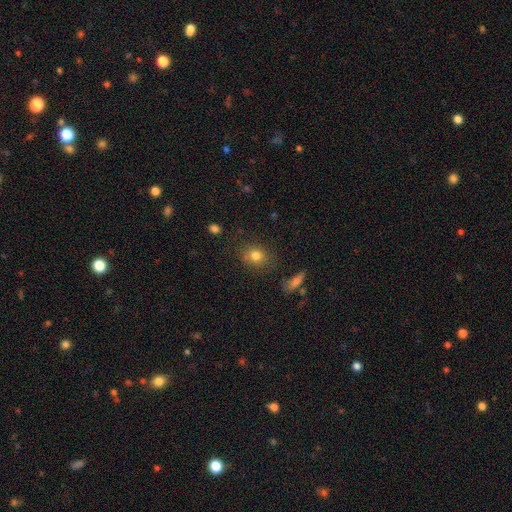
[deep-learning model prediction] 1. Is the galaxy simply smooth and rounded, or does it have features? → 80% smooth, 12% star or artifact, 9% featured or disk.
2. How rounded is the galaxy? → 66% round, 32% in between, 1% cigar-shaped.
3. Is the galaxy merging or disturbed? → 79% none, 13% minor disturbance, 4% major disturbance, 4% merger.